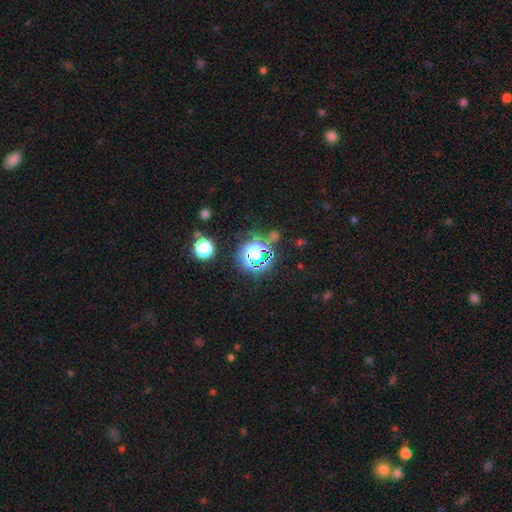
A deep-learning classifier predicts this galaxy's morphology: This appears to be a star or artifact, not a galaxy (63%).